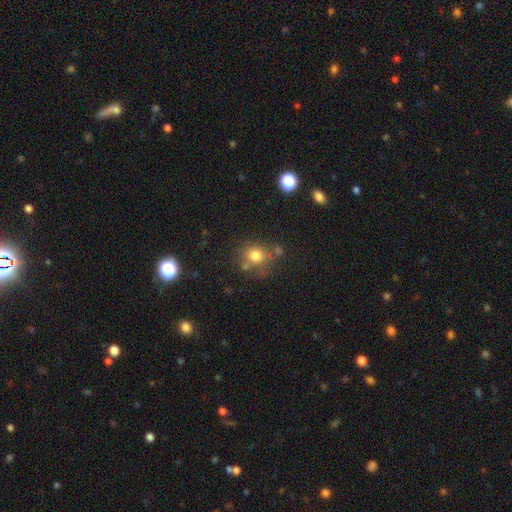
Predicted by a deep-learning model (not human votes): A smooth galaxy with no disk features (77%) that is round (79%). Merging: none (62%).